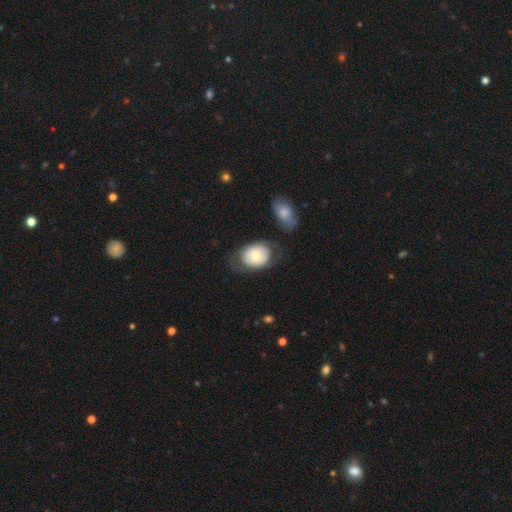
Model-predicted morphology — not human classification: Overall: smooth (65%; featured or disk 28%). How rounded: in between (66%; round 33%). Merging: none (59%).